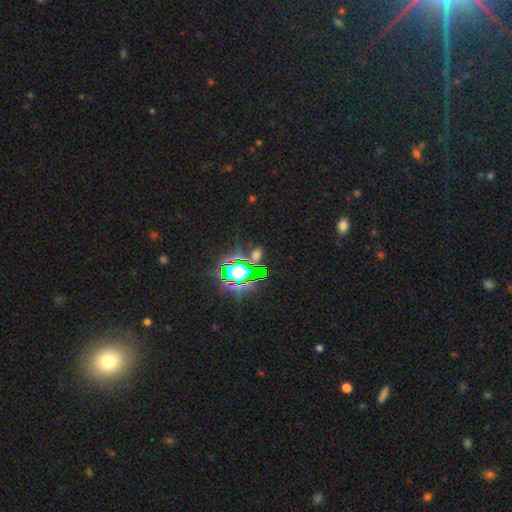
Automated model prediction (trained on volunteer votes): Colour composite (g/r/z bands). It shows a star or artifact, not a galaxy (58%).